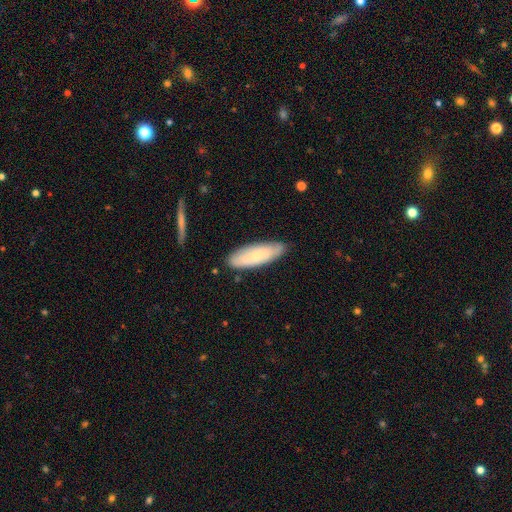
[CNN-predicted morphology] This is likely a smooth galaxy (67%). How rounded: possibly in between (55%). Merging: clearly none (82%).